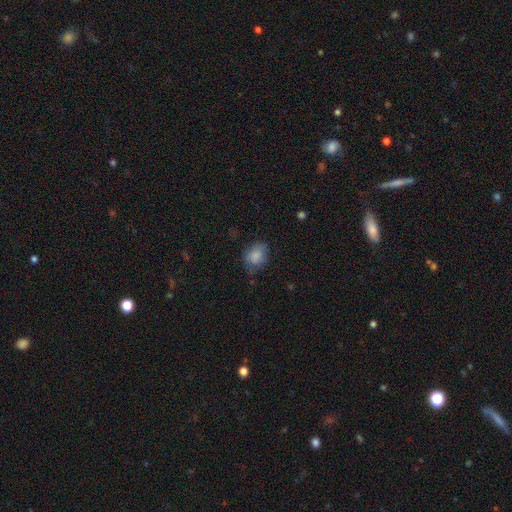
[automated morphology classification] A smooth galaxy with no disk features (84%) that is in between round and cigar-shaped (61%).

Vote fractions:
- Smooth or featured? smooth: 84% / star or artifact: 8% / featured or disk: 7%
- How rounded? in between: 61% / round: 37% / cigar-shaped: 1%
- Merging? none: 66% / minor disturbance: 25% / major disturbance: 7% / merger: 1%